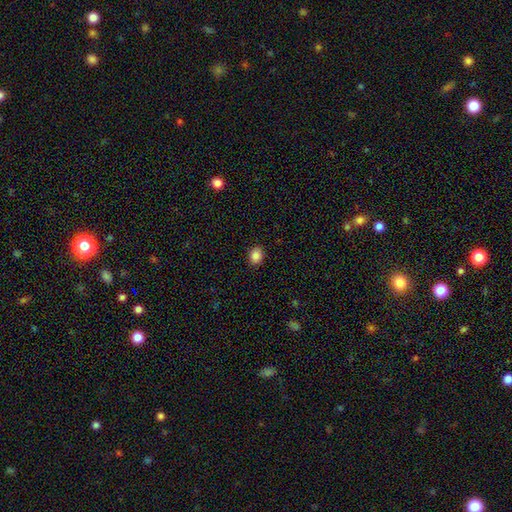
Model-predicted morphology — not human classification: Overall: smooth (86%). How rounded: round (53%; in between 47%). Merging: none (90%).